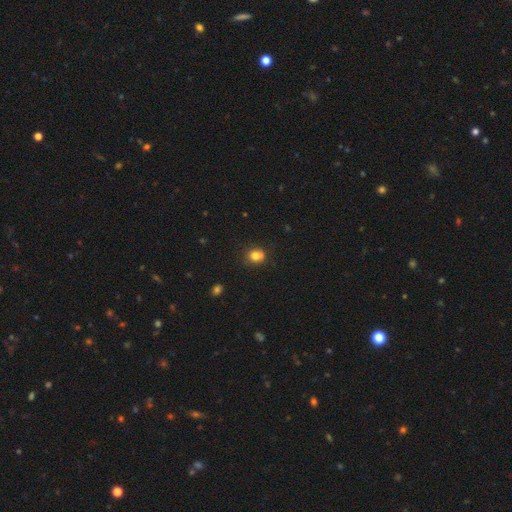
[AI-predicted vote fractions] Overall: smooth (79%). How rounded: round (80%). Merging: none (74%).